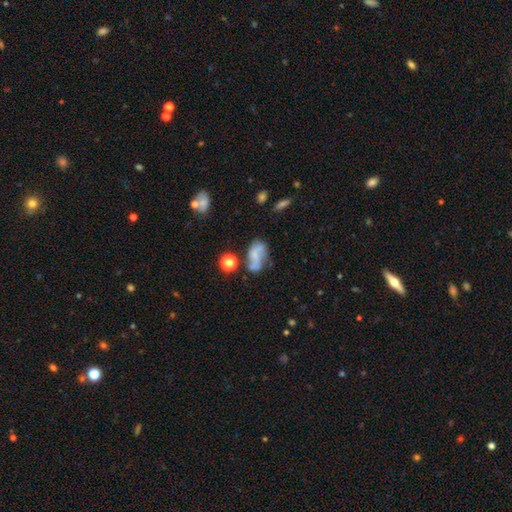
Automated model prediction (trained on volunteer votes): This is possibly a featured or disk galaxy (49%). Merging: marginally none (43%).